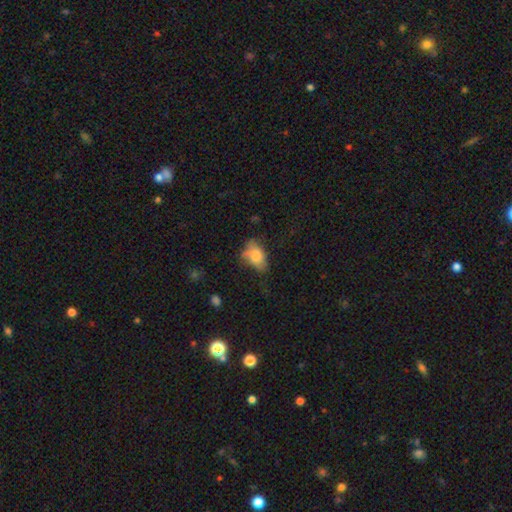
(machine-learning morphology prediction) The model was most divided on "merging": none: 40%, minor disturbance: 34%, major disturbance: 21%, merger: 5%. More confident: how rounded — in between (87%); smooth or featured — smooth (71%).